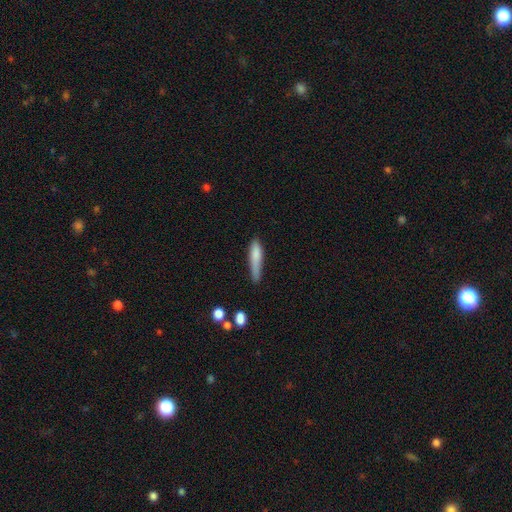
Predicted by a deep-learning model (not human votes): smooth 78%, featured or disk 15%, star or artifact 7%. Down the decision tree: how rounded — cigar-shaped (82%); merging — none (50%).